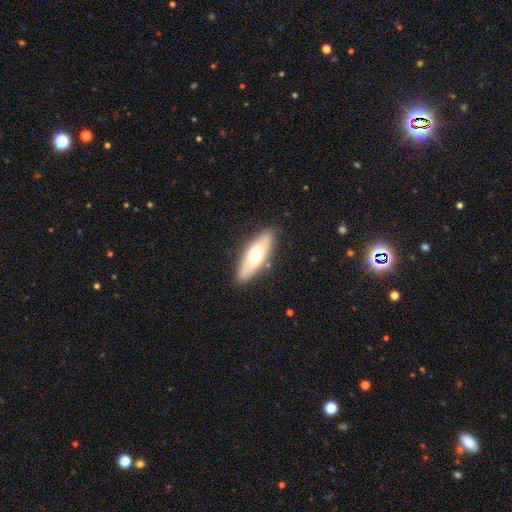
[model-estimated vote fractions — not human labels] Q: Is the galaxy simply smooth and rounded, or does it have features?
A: smooth — 56%.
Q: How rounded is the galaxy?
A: in between — 59%.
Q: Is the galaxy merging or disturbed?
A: none — 87%.